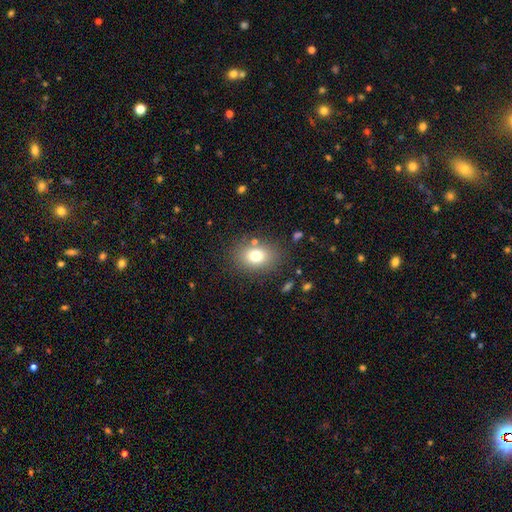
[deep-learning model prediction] A smooth galaxy with no disk features (75%) that is in between round and cigar-shaped (63%). Merging: none (81%).